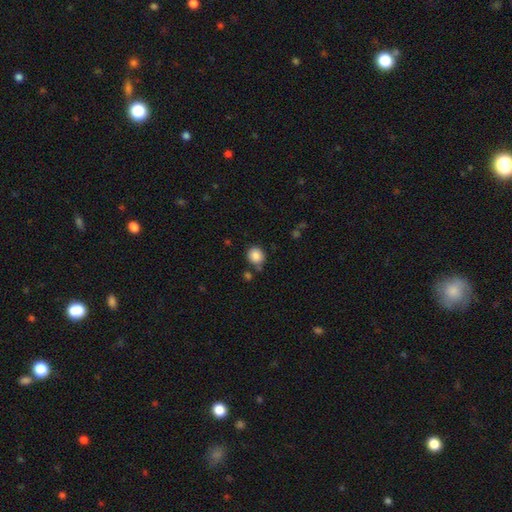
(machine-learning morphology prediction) Overall: smooth (87%). How rounded: round (79%). Merging: none (78%).